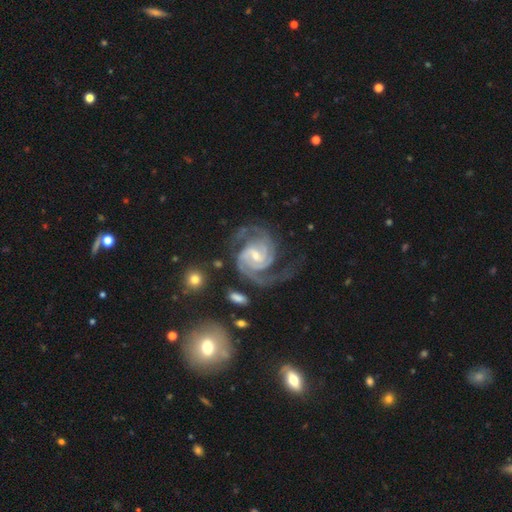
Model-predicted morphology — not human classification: Overall: featured or disk (94%). Edge-on disk: no (98%). Bar: weak (52%; no 27%). Spiral arms: yes (99%). Spiral arm count: 2 (53%; 3 25%). Spiral winding: tight (55%; medium 39%). Bulge size: small (56%; moderate 40%). Merging: none (62%).